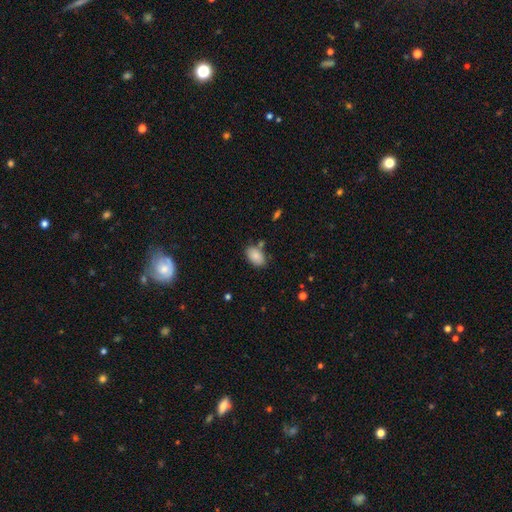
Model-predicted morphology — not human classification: smooth-or-featured: smooth: 87% | star or artifact: 7% | featured or disk: 6%
  how-rounded: in between: 93% | round: 6% | cigar-shaped: 1%
  merging: none: 75% | minor disturbance: 14% | merger: 7% | major disturbance: 4%